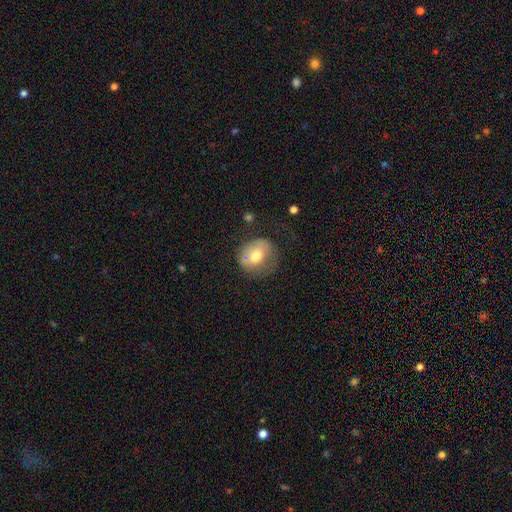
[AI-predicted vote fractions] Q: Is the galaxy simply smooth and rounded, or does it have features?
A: smooth — 68%.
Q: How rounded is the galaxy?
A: round — 68%.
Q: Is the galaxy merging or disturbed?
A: none — 52%.